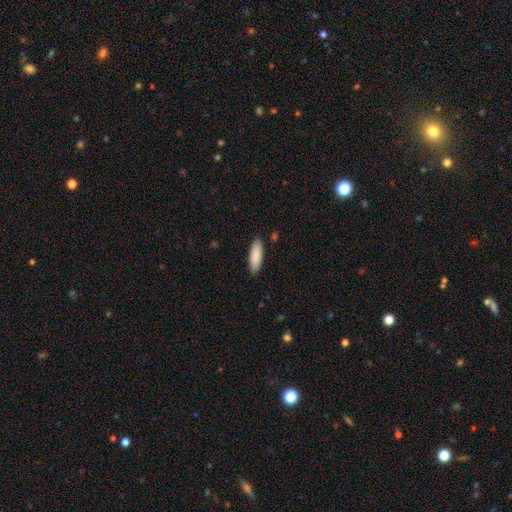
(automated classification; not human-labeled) Q: Smooth or featured?
A: smooth (88%); runner-up: featured or disk (7%)
Q: How rounded?
A: in between (50%); runner-up: cigar-shaped (49%)
Q: Merging?
A: none (87%); runner-up: minor disturbance (9%)